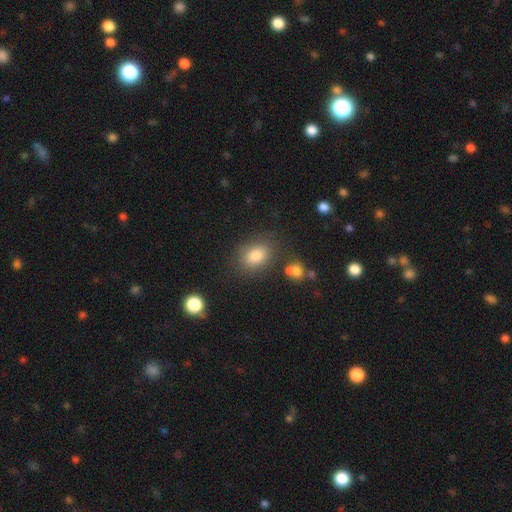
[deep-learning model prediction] smooth_or_featured: smooth (p=0.81) [alt: star or artifact p=0.10]
how_rounded: in between (p=0.70) [alt: round p=0.29]
merging: none (p=0.78) [alt: minor disturbance p=0.13]